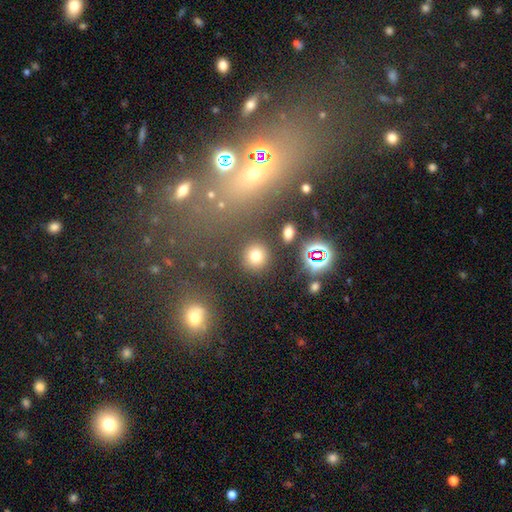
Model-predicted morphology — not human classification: smooth-or-featured: smooth: 73% | star or artifact: 18% | featured or disk: 9%
  how-rounded: round: 88% | in between: 11% | cigar-shaped: 1%
  merging: none: 85% | minor disturbance: 7% | merger: 5% | major disturbance: 4%